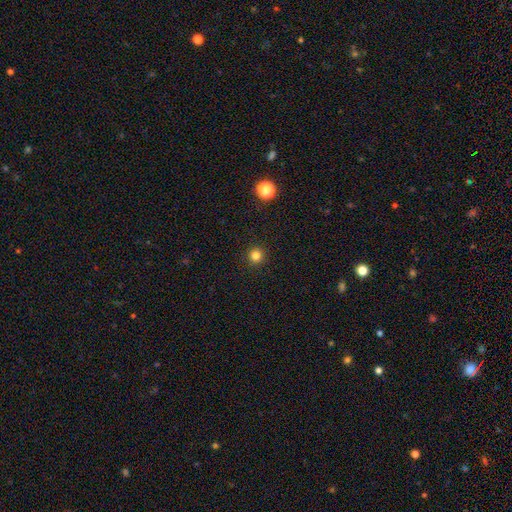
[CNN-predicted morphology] smooth 82%, star or artifact 14%, featured or disk 4%. Down the decision tree: how rounded — round (96%); merging — none (93%).